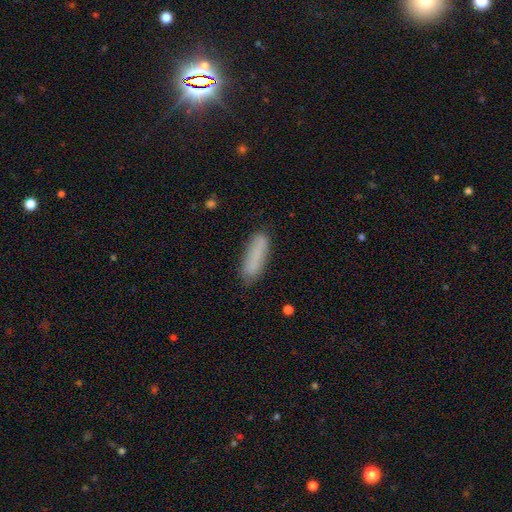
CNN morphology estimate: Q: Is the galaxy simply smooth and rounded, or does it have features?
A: smooth — 82%.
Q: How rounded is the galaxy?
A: cigar-shaped — 60%.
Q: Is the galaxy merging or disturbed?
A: none — 79%.